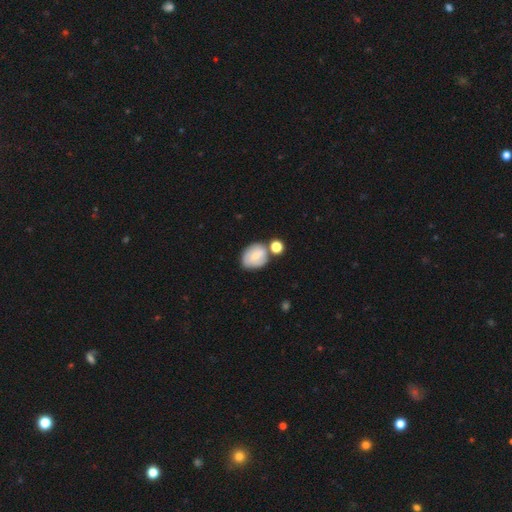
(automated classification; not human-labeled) smooth 60%, featured or disk 31%, star or artifact 9%. Down the decision tree: how rounded — in between (60%); merging — none (51%).